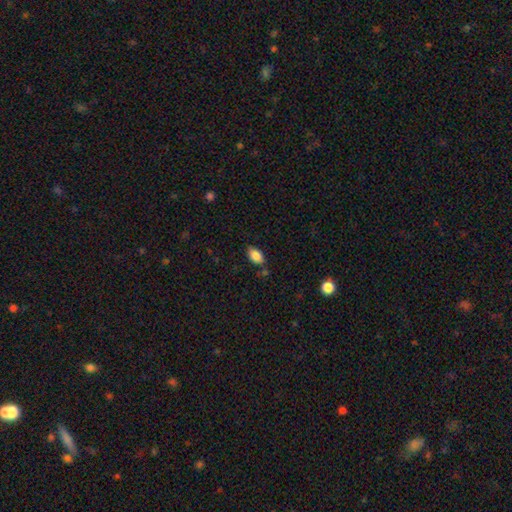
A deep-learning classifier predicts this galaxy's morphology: A smooth galaxy with no disk features (86%) that is in between round and cigar-shaped (92%).

Vote fractions:
- Smooth or featured? smooth: 86% / star or artifact: 8% / featured or disk: 6%
- How rounded? in between: 92% / round: 6% / cigar-shaped: 2%
- Merging? none: 77% / minor disturbance: 14% / merger: 5% / major disturbance: 3%